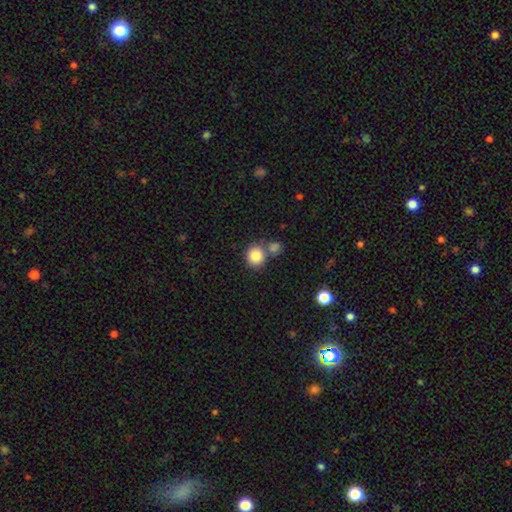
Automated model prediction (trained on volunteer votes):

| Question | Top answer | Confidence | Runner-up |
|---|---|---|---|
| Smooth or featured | smooth | 84% | star or artifact (10%) |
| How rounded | round | 86% | in between (13%) |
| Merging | none | 64% | merger (23%) |